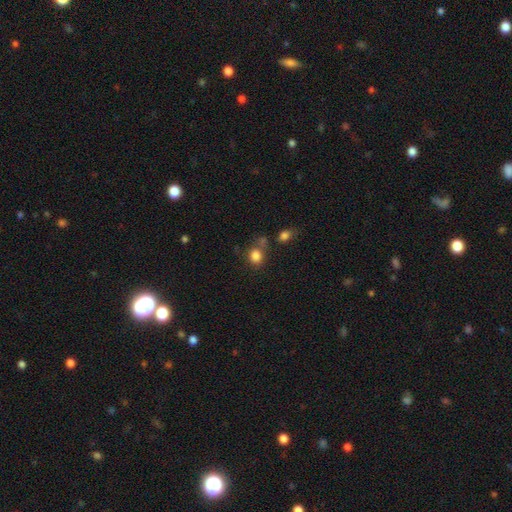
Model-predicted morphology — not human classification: This is clearly a smooth galaxy (83%). How rounded: likely round (63%). Merging: possibly none (59%).